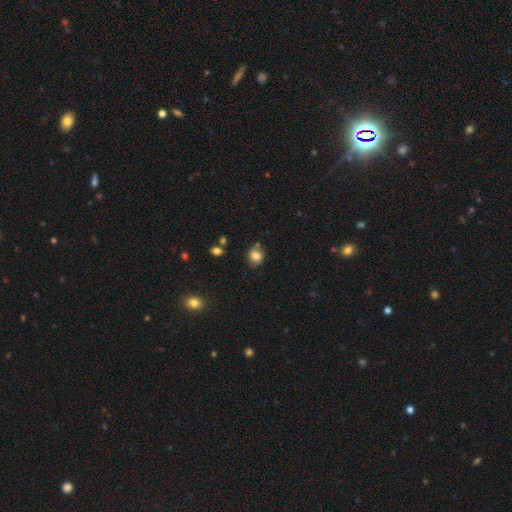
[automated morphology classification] A smooth galaxy with no disk features (79%) that is round (65%).

Vote fractions:
- Smooth or featured? smooth: 79% / star or artifact: 11% / featured or disk: 11%
- How rounded? round: 65% / in between: 34% / cigar-shaped: 1%
- Merging? none: 67% / minor disturbance: 20% / merger: 9% / major disturbance: 4%